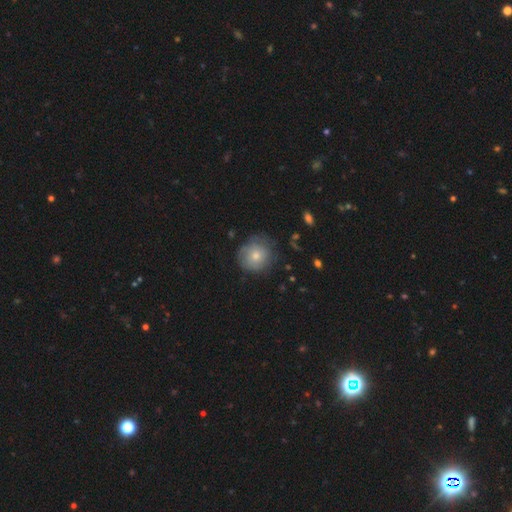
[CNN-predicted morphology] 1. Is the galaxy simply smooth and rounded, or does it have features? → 66% smooth, 27% featured or disk, 8% star or artifact.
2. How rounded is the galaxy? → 87% round, 12% in between, 1% cigar-shaped.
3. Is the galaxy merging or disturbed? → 68% none, 22% minor disturbance, 8% major disturbance, 1% merger.